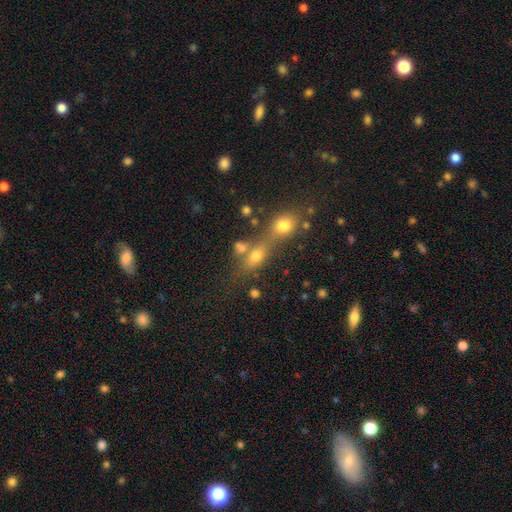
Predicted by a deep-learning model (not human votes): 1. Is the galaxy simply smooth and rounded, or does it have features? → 60% smooth, 21% featured or disk, 19% star or artifact.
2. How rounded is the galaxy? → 53% in between, 31% round, 16% cigar-shaped.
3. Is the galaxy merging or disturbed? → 48% merger, 36% none, 10% minor disturbance, 7% major disturbance.